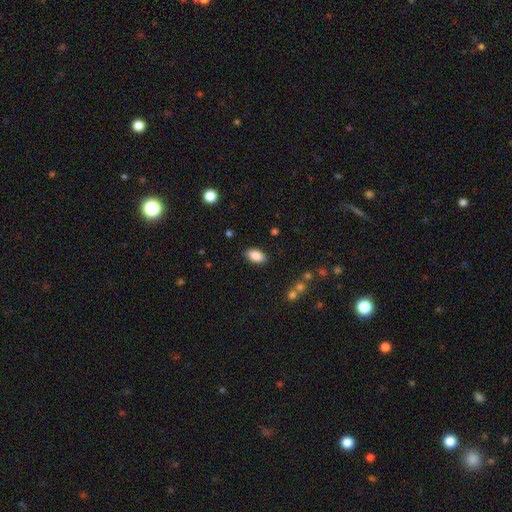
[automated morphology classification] This appears to be a smooth galaxy with no disk features (87%) that is in between round and cigar-shaped (92%). Merging: none (88%).